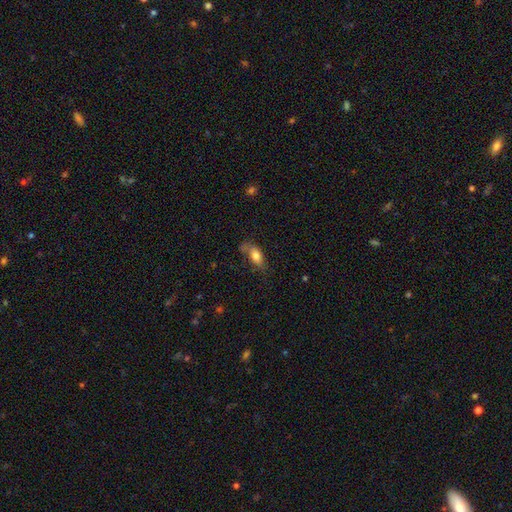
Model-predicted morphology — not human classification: This appears to be a smooth galaxy with no disk features (74%) that is in between round and cigar-shaped (80%). Merging: none (50%).